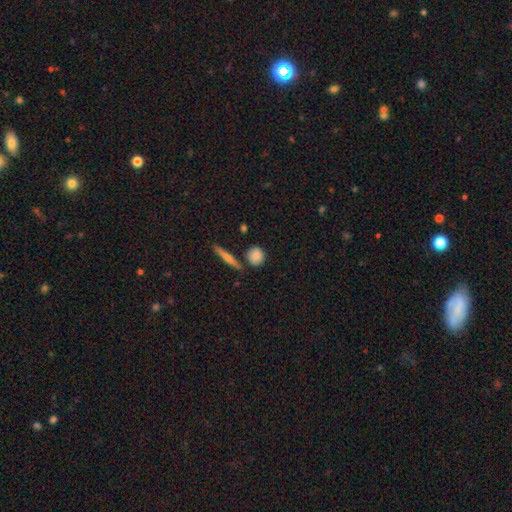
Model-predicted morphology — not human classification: A smooth galaxy with no disk features (83%) that is round (79%).

Vote fractions:
- Smooth or featured? smooth: 83% / featured or disk: 10% / star or artifact: 7%
- How rounded? round: 79% / in between: 17% / cigar-shaped: 5%
- Merging? none: 77% / minor disturbance: 13% / merger: 7% / major disturbance: 3%